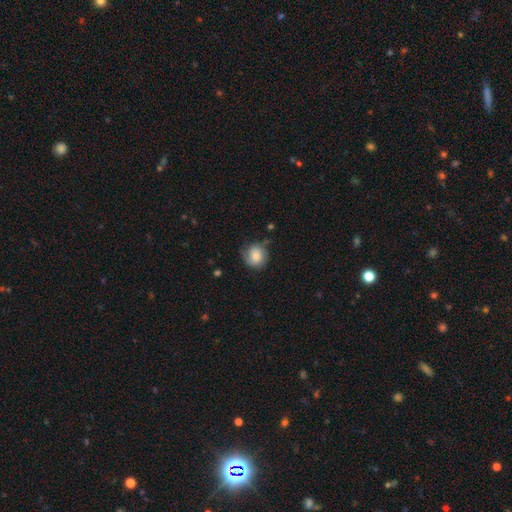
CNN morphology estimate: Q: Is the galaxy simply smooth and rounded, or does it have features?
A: smooth — 57%.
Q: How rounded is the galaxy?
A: round — 81%.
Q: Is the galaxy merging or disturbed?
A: none — 62%.